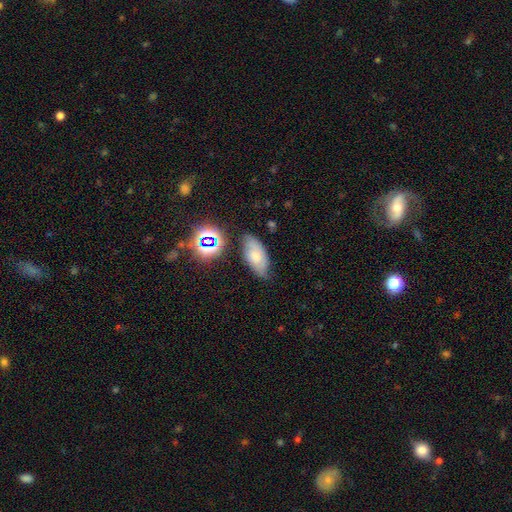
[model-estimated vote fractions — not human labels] Smooth or featured? smooth (50%)
How rounded? in between (90%)
Merging? none (66%)